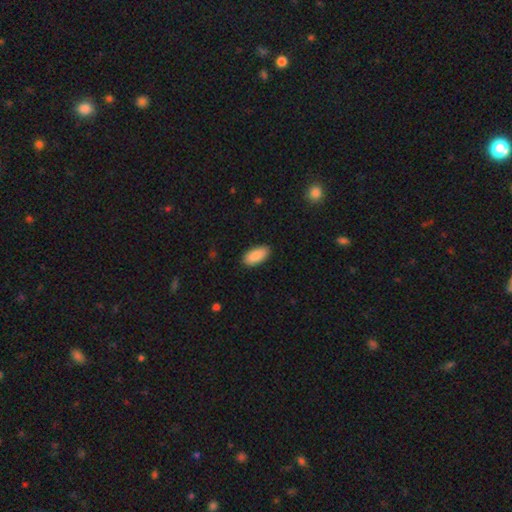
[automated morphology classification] This appears to be a smooth galaxy with no disk features (90%) that is in between round and cigar-shaped (93%). Merging: none (89%).